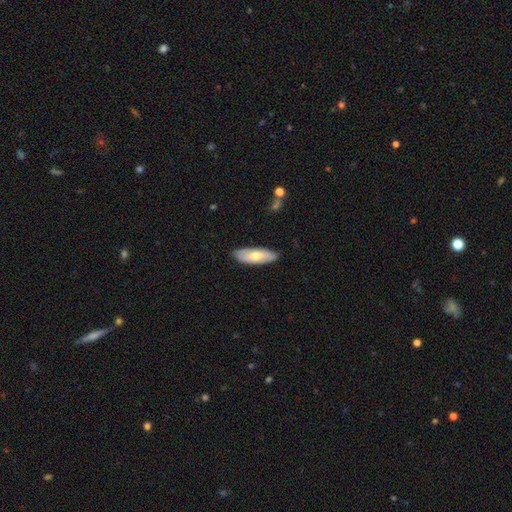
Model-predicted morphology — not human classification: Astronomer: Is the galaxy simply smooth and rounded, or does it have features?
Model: smooth — 61%.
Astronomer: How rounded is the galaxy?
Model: in between — 70%.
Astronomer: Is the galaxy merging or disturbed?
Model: none — 86%.